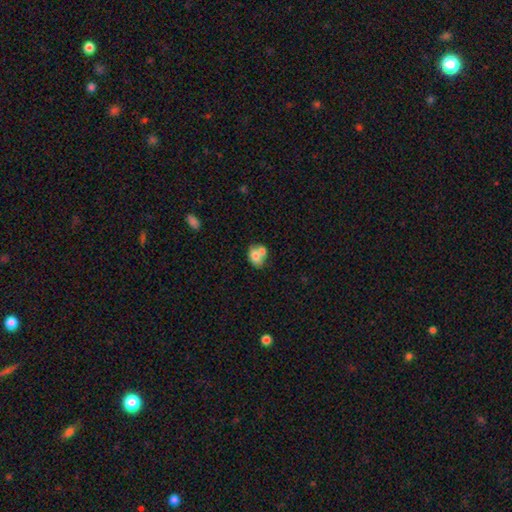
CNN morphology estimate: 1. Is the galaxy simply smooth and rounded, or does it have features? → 70% smooth, 21% featured or disk, 8% star or artifact.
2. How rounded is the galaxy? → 66% in between, 32% round, 1% cigar-shaped.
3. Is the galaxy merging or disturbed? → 52% merger, 32% none, 11% minor disturbance, 5% major disturbance.